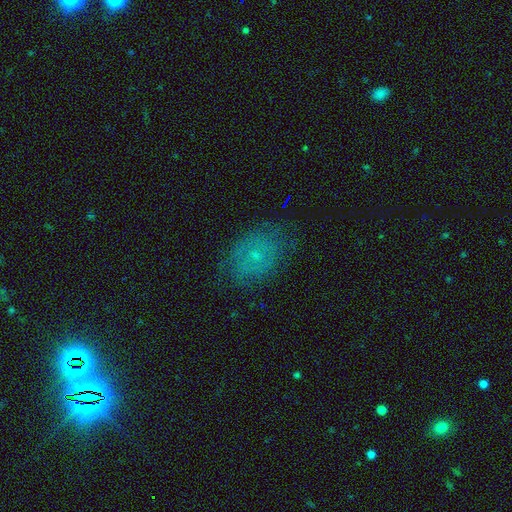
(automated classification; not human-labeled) Smooth or featured? smooth (51%)
How rounded? in between (67%)
Merging? none (70%)